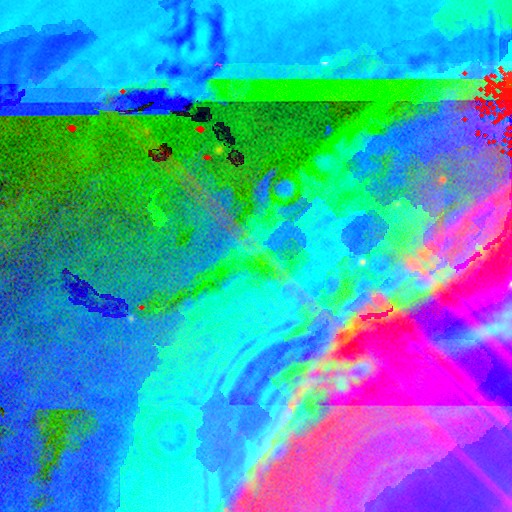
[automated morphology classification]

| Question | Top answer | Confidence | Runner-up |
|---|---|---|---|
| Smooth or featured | star or artifact | 88% | featured or disk (6%) |